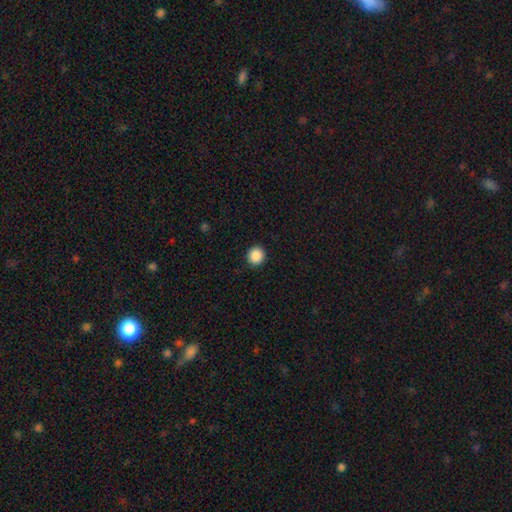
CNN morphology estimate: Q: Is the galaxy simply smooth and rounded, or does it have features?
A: smooth — 88%.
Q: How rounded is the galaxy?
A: round — 91%.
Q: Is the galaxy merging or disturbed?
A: none — 92%.